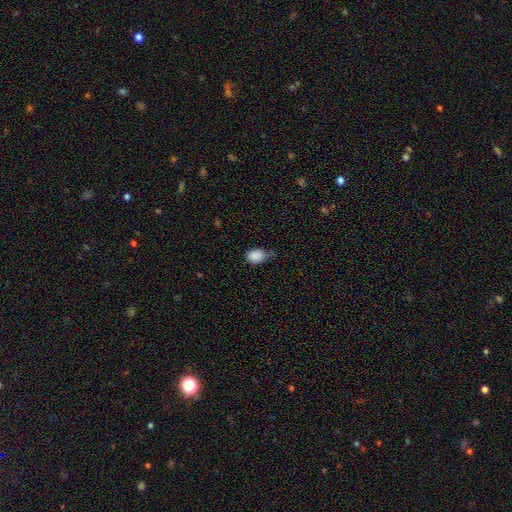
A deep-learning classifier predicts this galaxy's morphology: This is clearly a smooth galaxy (88%). How rounded: likely in between (71%). Merging: possibly none (51%).